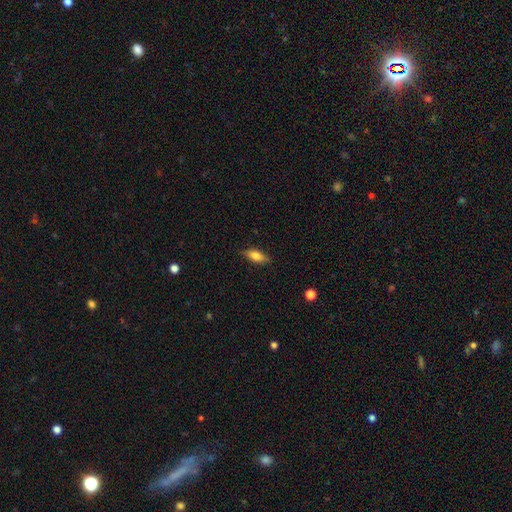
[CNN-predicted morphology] type=smooth (69%); roundness=in between (69%); merging=none (82%).